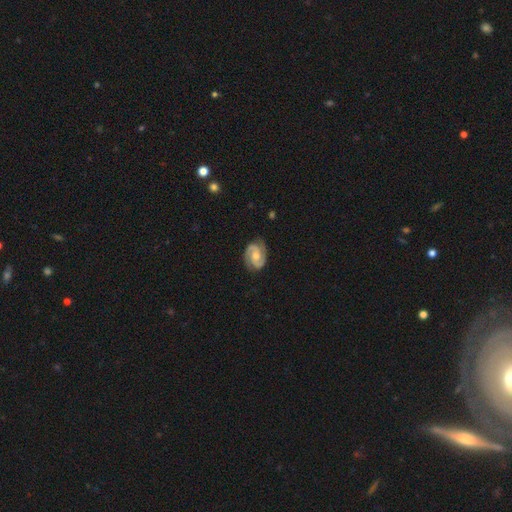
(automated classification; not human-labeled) Smooth or featured? Predicted: featured or disk (p=0.87). Edge-on disk? Predicted: no (p=0.98). Bar? Predicted: no (p=0.57). Spiral arms? Predicted: yes (p=0.97). Spiral winding? Predicted: medium (p=0.46). Spiral arm count? Predicted: 2 (p=0.92). Bulge size? Predicted: moderate (p=0.59). Merging? Predicted: none (p=0.82).